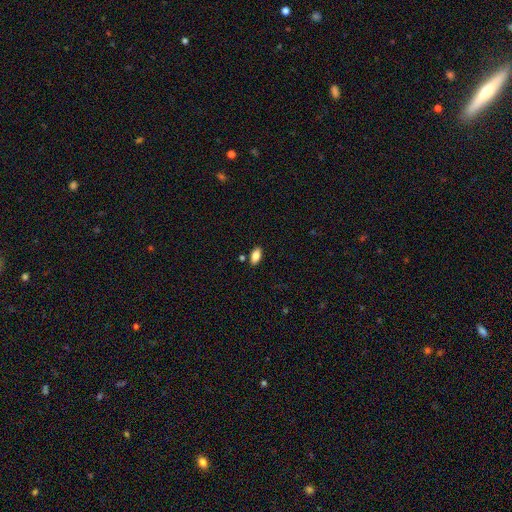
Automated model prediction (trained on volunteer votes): Smooth or featured?
  - smooth: 83% *
  - featured or disk: 9%
  - star or artifact: 8%
How rounded?
  - in between: 92% *
  - cigar-shaped: 5%
  - round: 3%
Merging?
  - none: 85% *
  - minor disturbance: 9%
  - merger: 4%
  - major disturbance: 2%